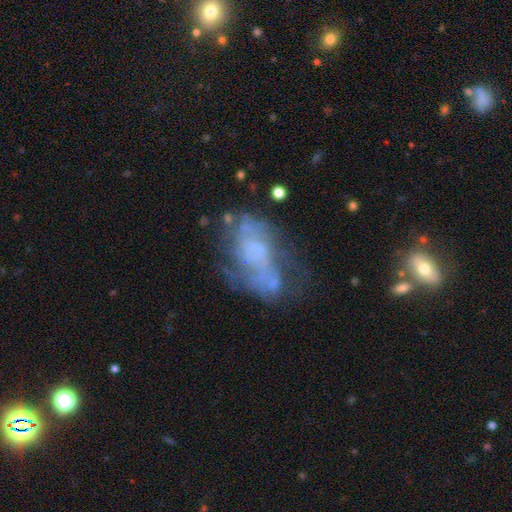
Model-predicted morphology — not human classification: smooth-or-featured: featured or disk: 67% | smooth: 20% | star or artifact: 13%
  disk-edge-on: no: 96% | yes: 4%
    bar: no: 71% | weak: 23% | strong: 6%
    has-spiral-arms: yes: 63% | no: 37%
    bulge-size: none: 50% | small: 32% | moderate: 14% | large: 3% | dominant: 1%
  merging: none: 42% | major disturbance: 24% | minor disturbance: 22% | merger: 12%